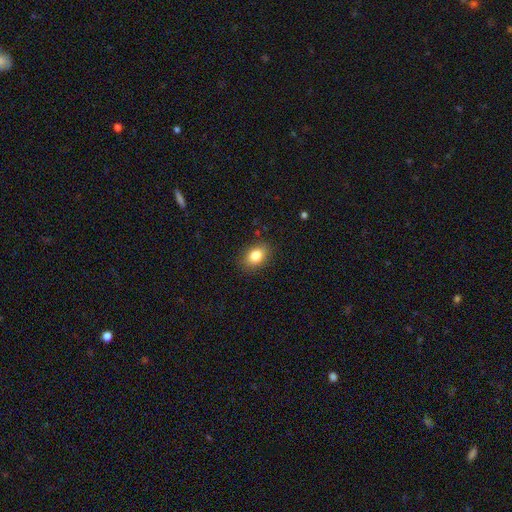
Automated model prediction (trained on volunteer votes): A smooth galaxy with no disk features (83%) that is in between round and cigar-shaped (75%). Merging: none (86%).